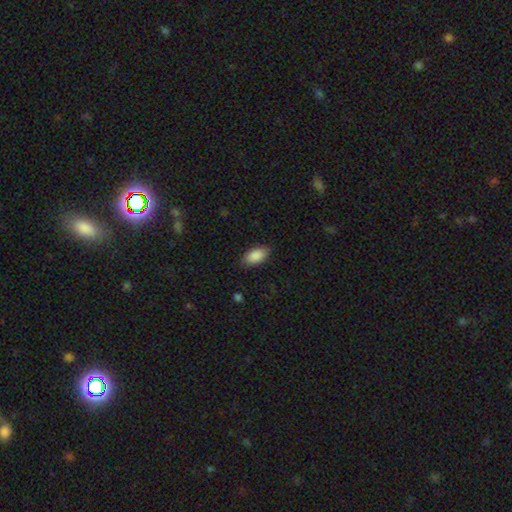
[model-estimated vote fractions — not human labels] Smooth or featured? smooth (89%)
How rounded? in between (93%)
Merging? none (85%)